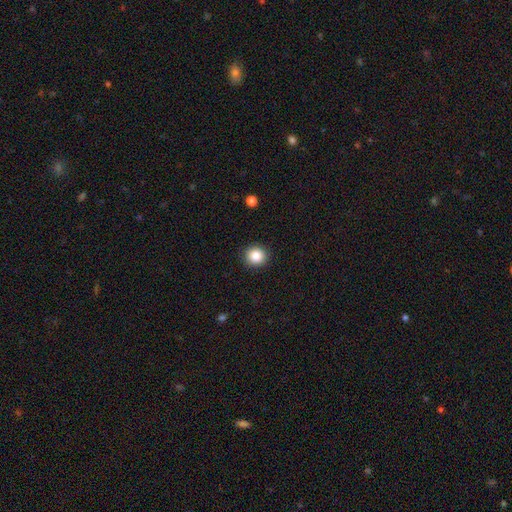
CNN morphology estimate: A smooth galaxy with no disk features (87%) that is round (90%). Merging: none (91%).